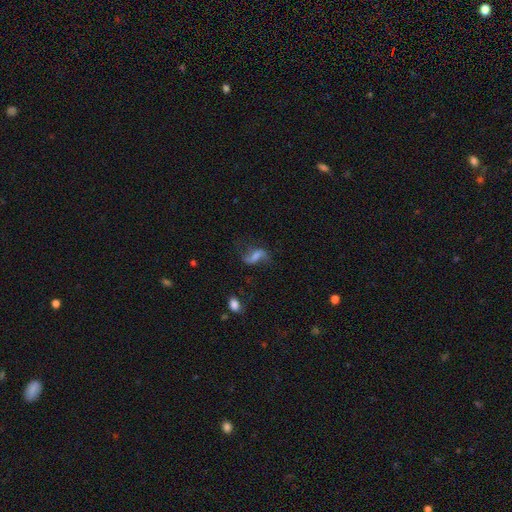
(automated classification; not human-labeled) Smooth or featured? featured or disk (68%)
Edge-on disk? no (94%)
Bar? weak (43%)
Spiral arms? yes (90%)
Spiral winding? loose (83%)
Spiral arm count? 2 (89%)
Bulge size? small (35%)
Merging? none (63%)